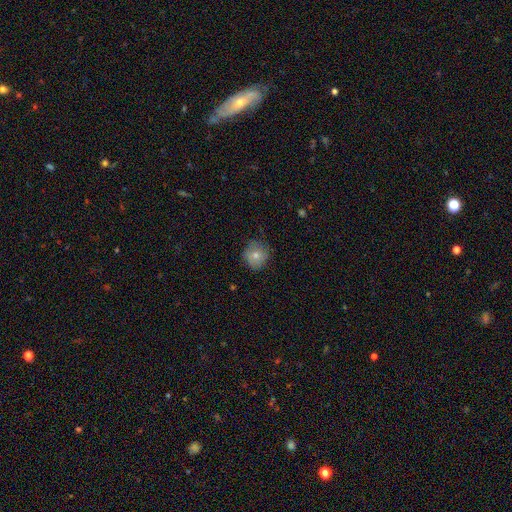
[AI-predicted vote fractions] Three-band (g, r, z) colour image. It shows a smooth galaxy with no disk features (73%) that is round (86%). Merging: none (75%).